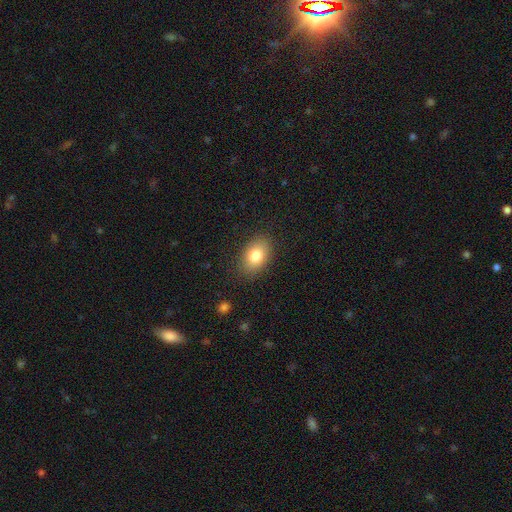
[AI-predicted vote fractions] Smooth or featured? smooth (81%)
How rounded? in between (84%)
Merging? none (85%)